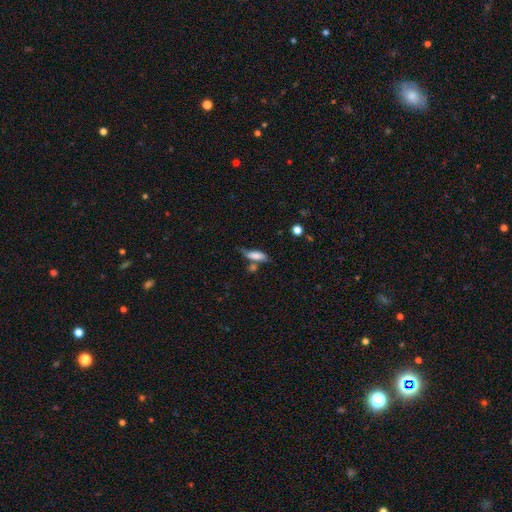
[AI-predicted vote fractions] A smooth galaxy with no disk features (75%) that is in between round and cigar-shaped (61%).

Vote fractions:
- Smooth or featured? smooth: 75% / featured or disk: 17% / star or artifact: 8%
- How rounded? in between: 61% / cigar-shaped: 36% / round: 3%
- Merging? none: 41% / minor disturbance: 27% / merger: 20% / major disturbance: 12%